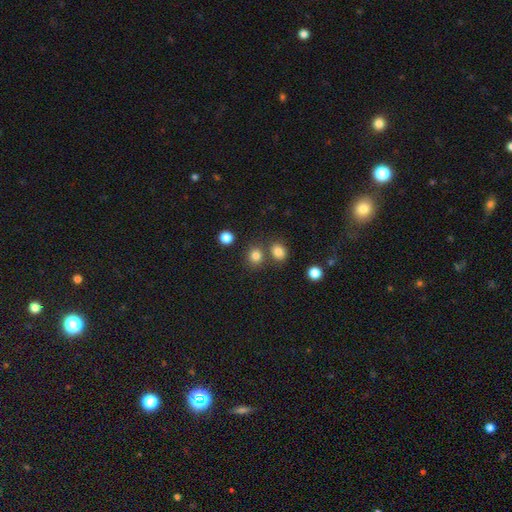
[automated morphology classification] Smooth or featured? smooth (81%)
How rounded? round (78%)
Merging? none (68%)